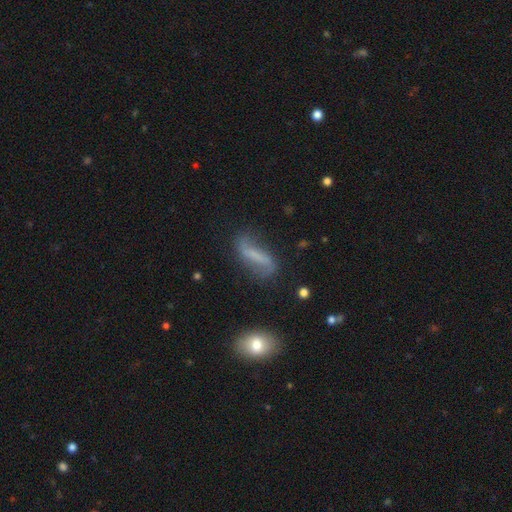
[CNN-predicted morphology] smooth-or-featured: featured or disk: 63% | smooth: 27% | star or artifact: 10%
  disk-edge-on: no: 88% | yes: 12%
    bar: strong: 45% | weak: 30% | no: 25%
    has-spiral-arms: yes: 83% | no: 17%
    bulge-size: none: 61% | small: 26% | moderate: 9% | large: 3% | dominant: 2%
  merging: none: 63% | minor disturbance: 22% | major disturbance: 11% | merger: 4%